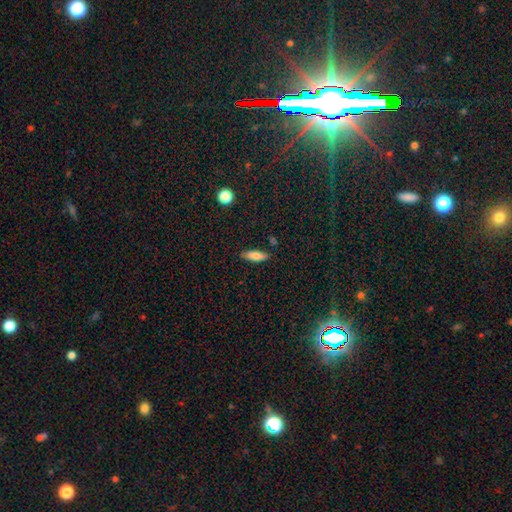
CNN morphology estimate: type=smooth (81%); roundness=in between (62%); merging=none (83%).